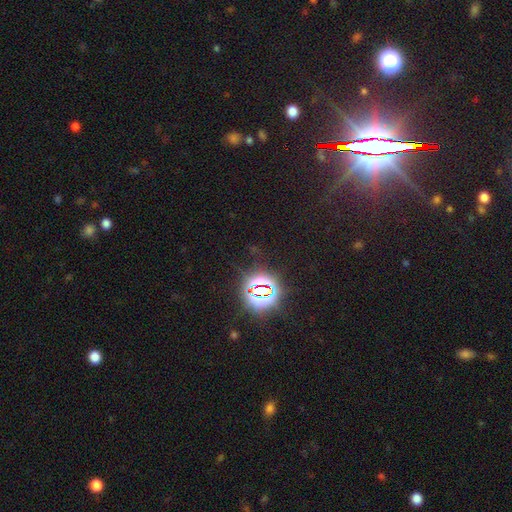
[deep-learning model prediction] This appears to be a star or artifact, not a galaxy (83%).